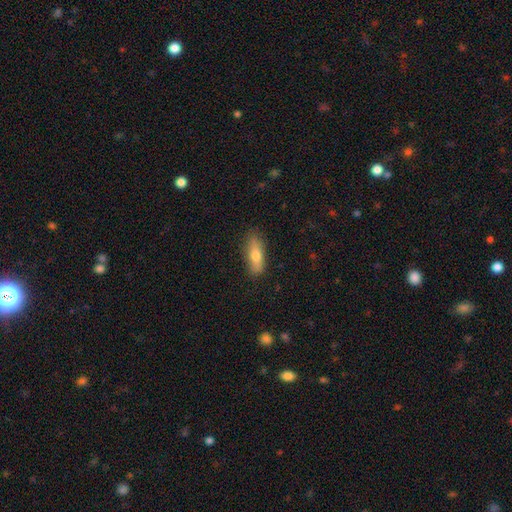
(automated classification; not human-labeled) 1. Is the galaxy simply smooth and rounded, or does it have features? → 70% smooth, 23% featured or disk, 7% star or artifact.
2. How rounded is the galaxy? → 49% in between, 48% cigar-shaped, 3% round.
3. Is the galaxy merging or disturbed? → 84% none, 13% minor disturbance, 2% major disturbance, 1% merger.